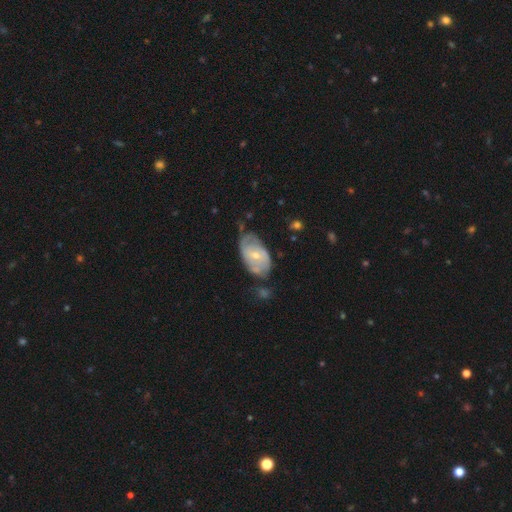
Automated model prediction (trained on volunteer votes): Overall: featured or disk (63%; smooth 31%). Edge-on disk: no (95%). Bar: no (53%; weak 38%). Spiral arms: yes (73%). Bulge size: small (54%; moderate 43%). Merging: none (51%; minor disturbance 32%).